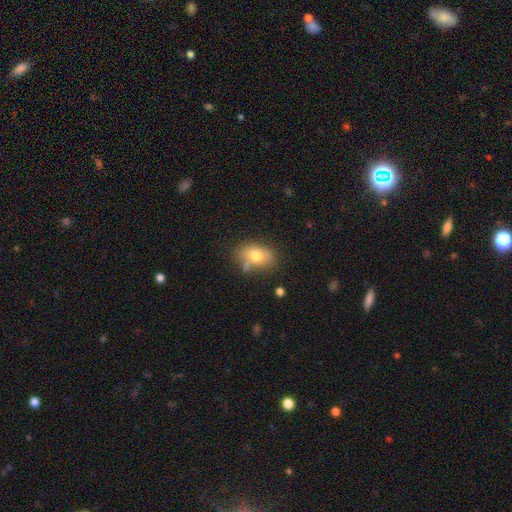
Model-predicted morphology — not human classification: Overall: smooth (75%). How rounded: in between (76%). Merging: none (62%; minor disturbance 23%).